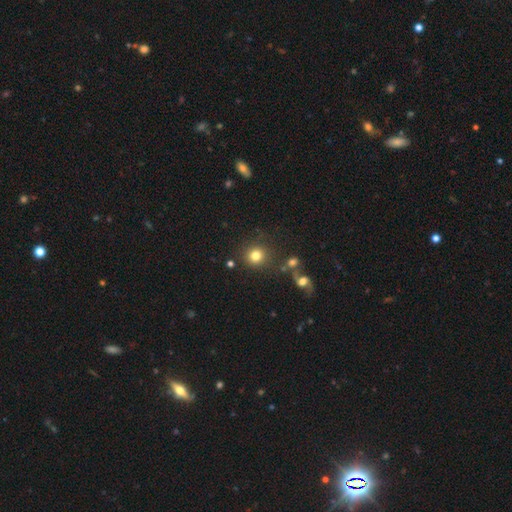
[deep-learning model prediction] smooth 80%, star or artifact 12%, featured or disk 8%. Down the decision tree: how rounded — round (92%); merging — none (81%).